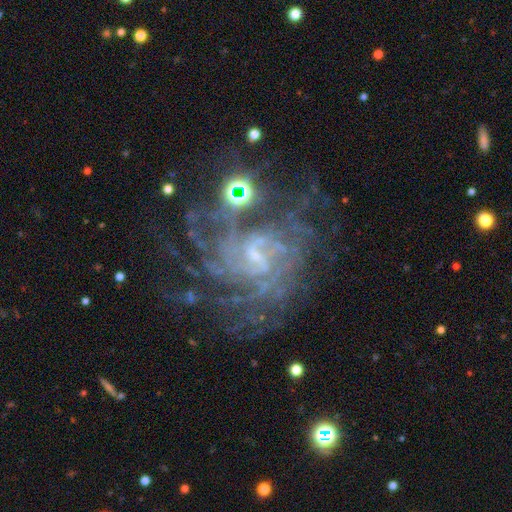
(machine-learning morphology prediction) This appears to be a featured or disk galaxy (85%) with a weak bar (50%), tight (56%) spiral arms (95%) and a small central bulge (74%). Merging: none (62%).